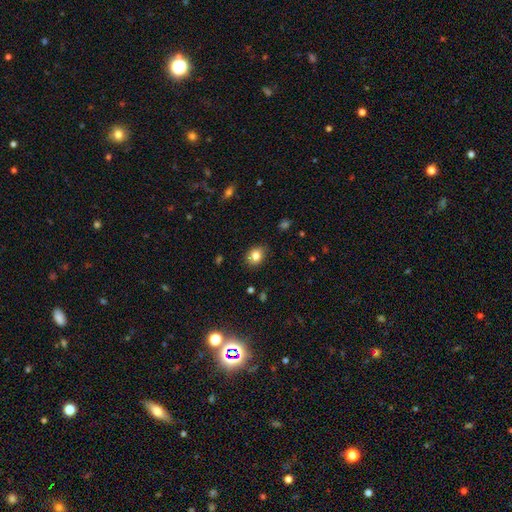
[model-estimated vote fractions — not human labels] Morphology: type=smooth (83%); roundness=round (55%); merging=none (83%).